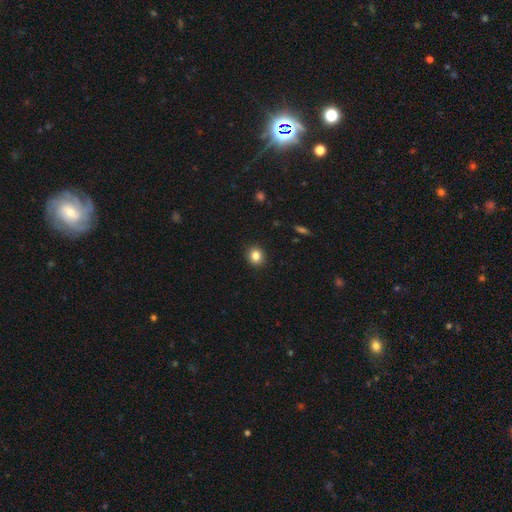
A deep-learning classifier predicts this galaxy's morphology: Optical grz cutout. It shows a smooth galaxy with no disk features (83%) that is round (79%). Merging: none (91%).